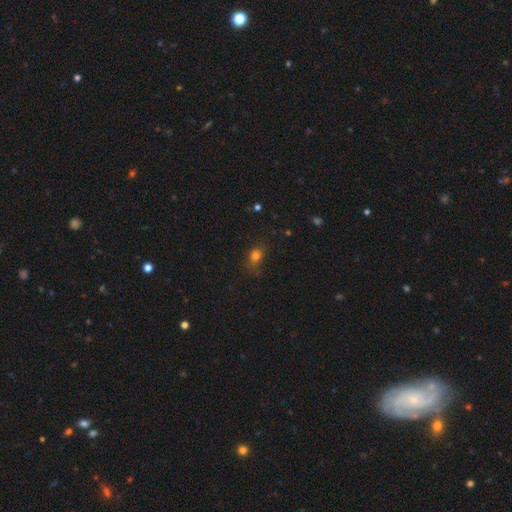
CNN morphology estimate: A smooth galaxy with no disk features (76%) that is in between round and cigar-shaped (54%).

Vote fractions:
- Smooth or featured? smooth: 76% / star or artifact: 16% / featured or disk: 8%
- How rounded? in between: 54% / round: 44% / cigar-shaped: 2%
- Merging? none: 73% / minor disturbance: 19% / major disturbance: 6% / merger: 2%